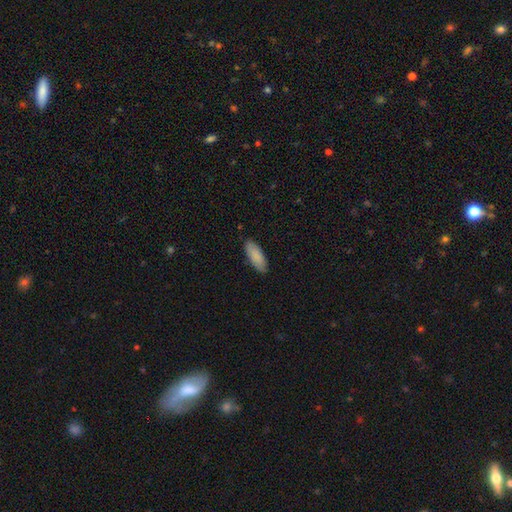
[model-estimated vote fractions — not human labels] This is clearly a smooth galaxy (88%). How rounded: likely in between (72%). Merging: clearly none (87%).